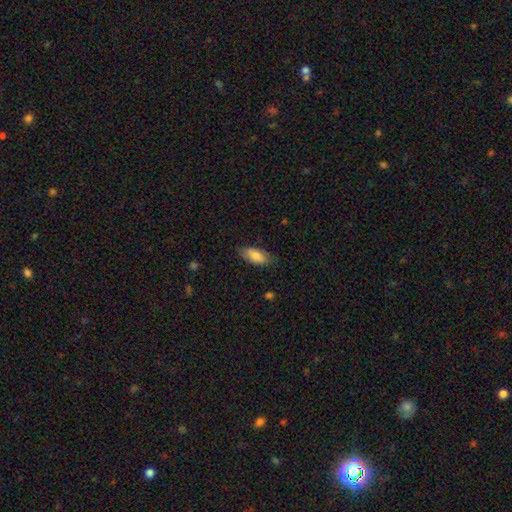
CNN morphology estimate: smooth 81%, featured or disk 13%, star or artifact 6%. Down the decision tree: how rounded — in between (88%); merging — none (78%).